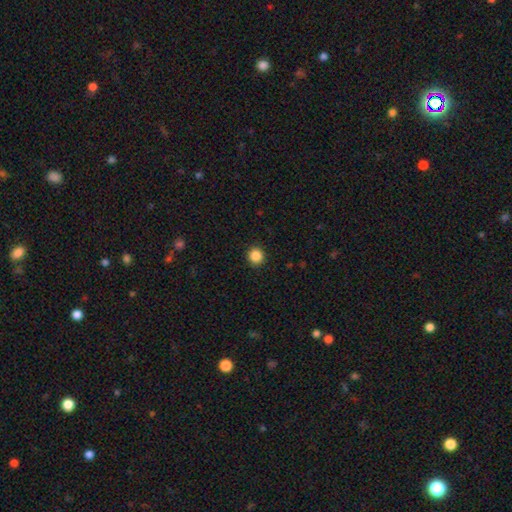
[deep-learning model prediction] Morphology: type=smooth (87%); roundness=round (94%); merging=none (92%).